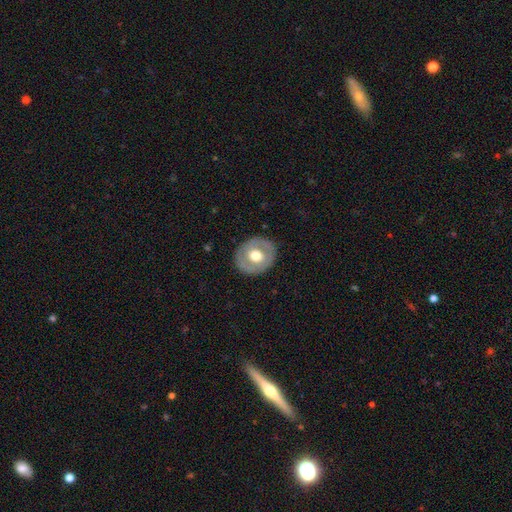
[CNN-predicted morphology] smooth-or-featured: featured or disk: 47% (tied) | smooth: 47% (tied) | star or artifact: 5%
  merging: none: 85% | minor disturbance: 10% | major disturbance: 4% | merger: 1%